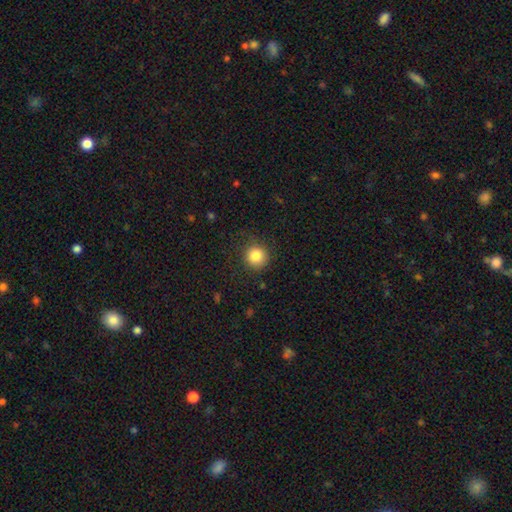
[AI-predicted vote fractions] This is clearly a smooth galaxy (84%). How rounded: clearly round (92%). Merging: clearly none (84%).